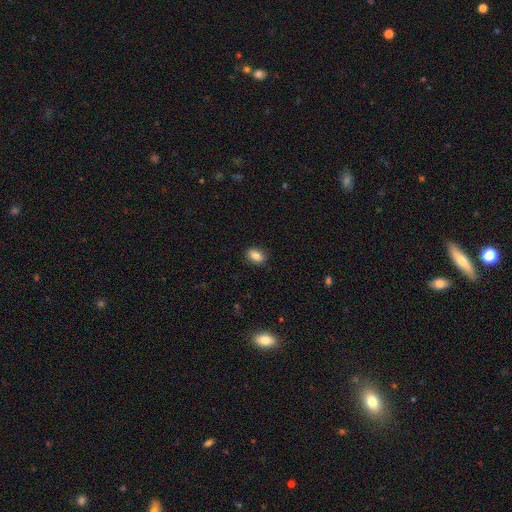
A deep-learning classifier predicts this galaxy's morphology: smooth_or_featured: smooth (p=0.84) [alt: star or artifact p=0.08]
how_rounded: in between (p=0.83) [alt: round p=0.14]
merging: none (p=0.88) [alt: minor disturbance p=0.09]